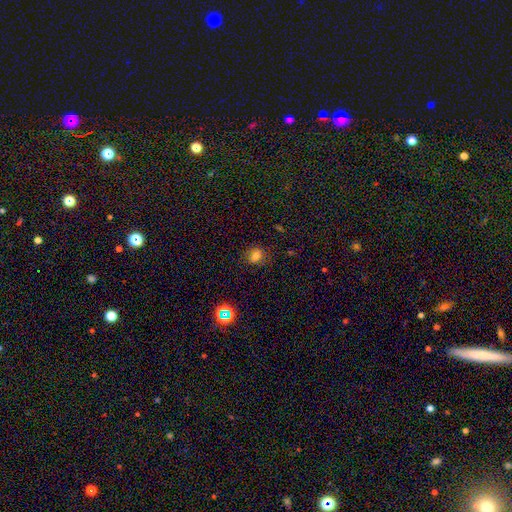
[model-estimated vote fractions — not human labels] Morphology: type=smooth (73%); roundness=round (54%); merging=none (80%).